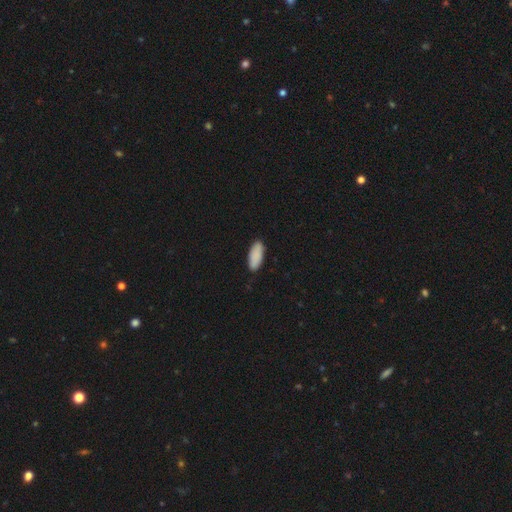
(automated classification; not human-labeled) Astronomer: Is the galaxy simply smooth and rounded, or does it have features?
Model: smooth — 90%.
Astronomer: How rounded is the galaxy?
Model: in between — 81%.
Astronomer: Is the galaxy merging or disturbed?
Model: none — 86%.